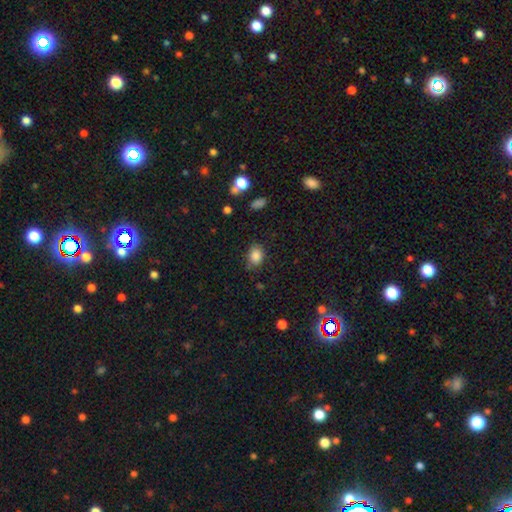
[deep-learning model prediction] A smooth galaxy with no disk features (85%) that is in between round and cigar-shaped (62%).

Vote fractions:
- Smooth or featured? smooth: 85% / star or artifact: 10% / featured or disk: 5%
- How rounded? in between: 62% / round: 37% / cigar-shaped: 1%
- Merging? none: 74% / minor disturbance: 19% / major disturbance: 5% / merger: 2%